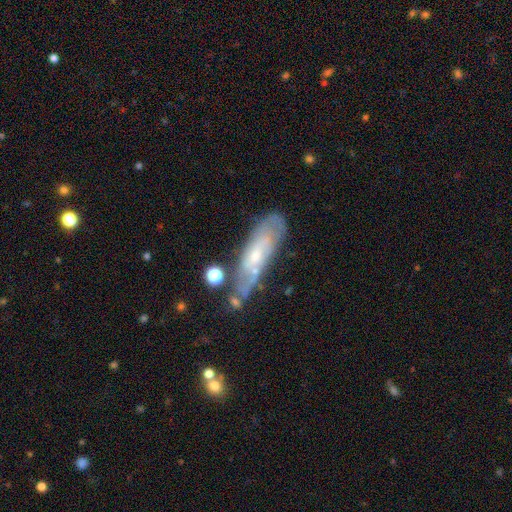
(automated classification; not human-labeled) Overall: featured or disk (62%; smooth 30%). Edge-on disk: no (71%). Merging: none (56%; minor disturbance 26%).